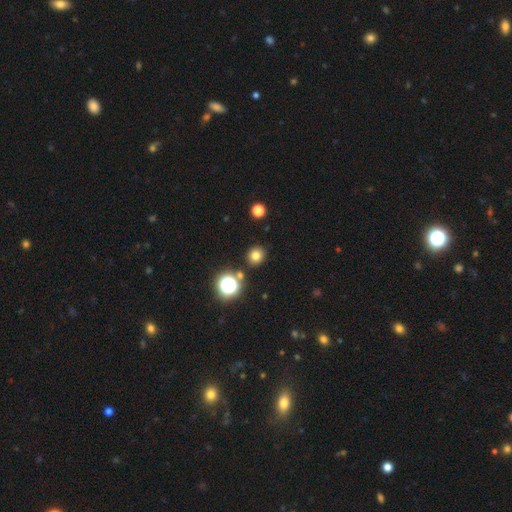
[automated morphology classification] This is likely a smooth galaxy (76%). How rounded: clearly round (84%). Merging: clearly none (86%).